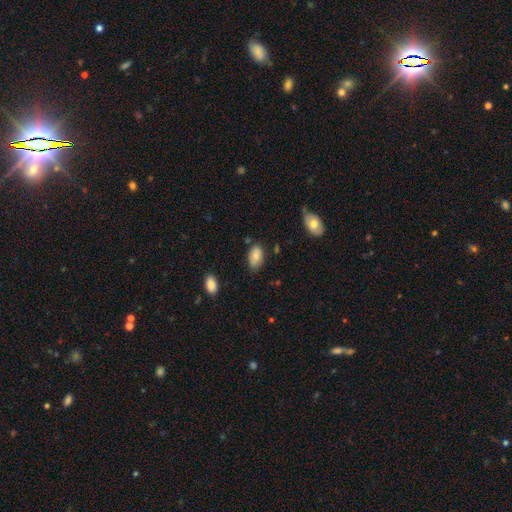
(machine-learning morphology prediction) The model was most divided on "merging": none: 68%, minor disturbance: 24%, major disturbance: 4%, merger: 3%. More confident: how rounded — in between (93%); smooth or featured — smooth (79%).